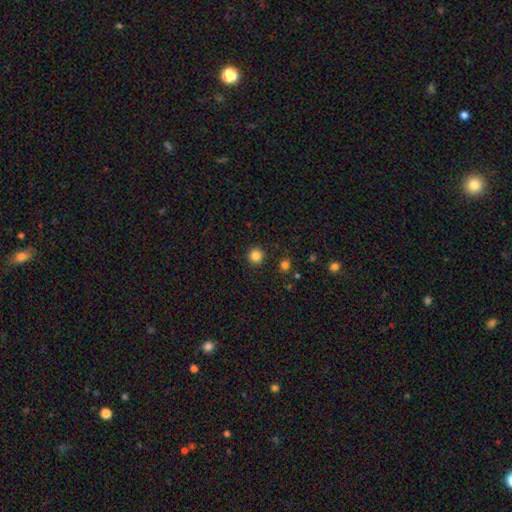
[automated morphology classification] Q: Smooth or featured?
A: smooth (84%); runner-up: star or artifact (12%)
Q: How rounded?
A: round (95%); runner-up: in between (4%)
Q: Merging?
A: none (92%); runner-up: minor disturbance (5%)